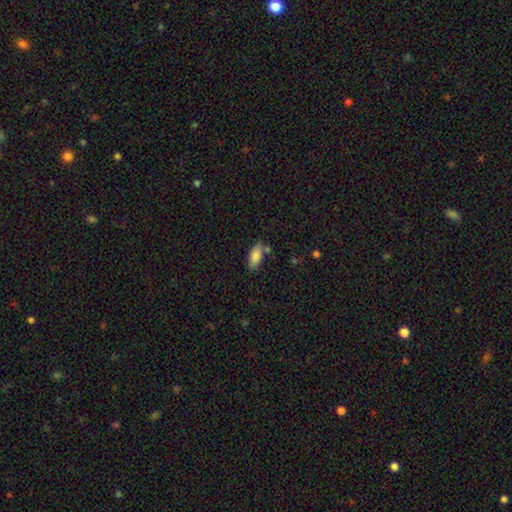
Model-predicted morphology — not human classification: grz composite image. It shows a smooth galaxy with no disk features (83%) that is in between round and cigar-shaped (86%). Merging: none (69%).